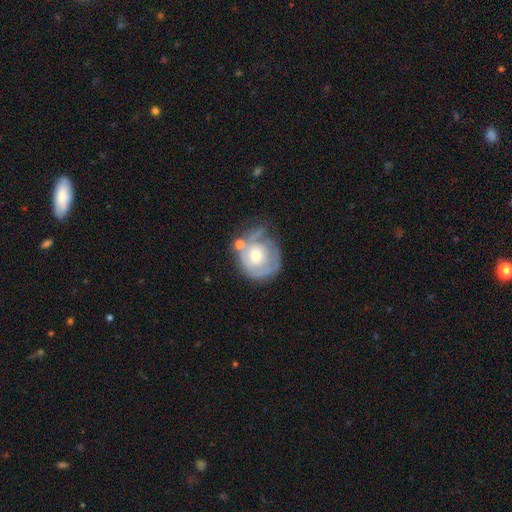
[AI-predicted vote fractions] Smooth or featured? featured or disk (64%)
Edge-on disk? no (97%)
Bar? no (79%)
Spiral arms? yes (61%)
Bulge size? moderate (59%)
Merging? none (43%)